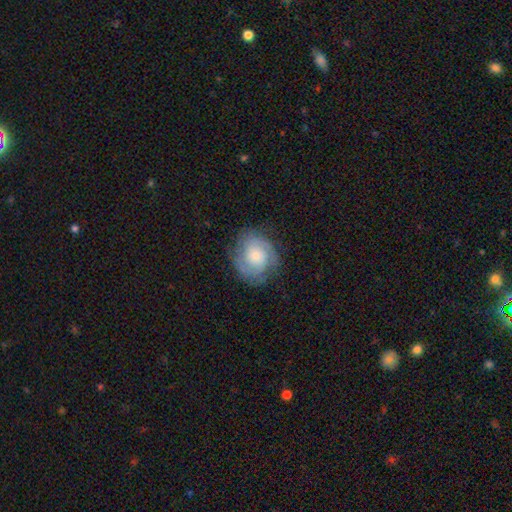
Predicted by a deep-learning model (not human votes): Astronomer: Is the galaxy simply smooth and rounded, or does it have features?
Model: featured or disk — 63%.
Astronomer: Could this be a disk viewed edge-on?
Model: no — 98%.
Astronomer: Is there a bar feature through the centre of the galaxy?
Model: no — 76%.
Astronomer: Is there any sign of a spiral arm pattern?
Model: yes — 89%.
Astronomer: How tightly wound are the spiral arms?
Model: tight — 59%.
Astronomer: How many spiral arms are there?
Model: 2 — 44% (runner-up: can't tell, 30%).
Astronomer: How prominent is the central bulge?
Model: small — 44% (runner-up: moderate, 35%).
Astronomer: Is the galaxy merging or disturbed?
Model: none — 75%.